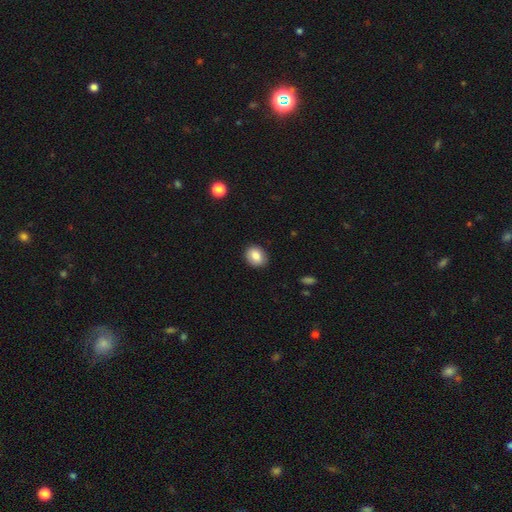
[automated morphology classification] Overall: smooth (84%). How rounded: in between (51%; round 48%). Merging: none (88%).